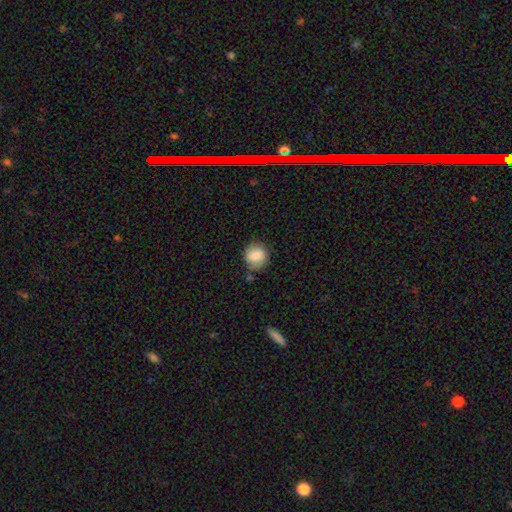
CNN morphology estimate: This is clearly a smooth galaxy (84%). How rounded: clearly round (82%). Merging: likely none (72%).